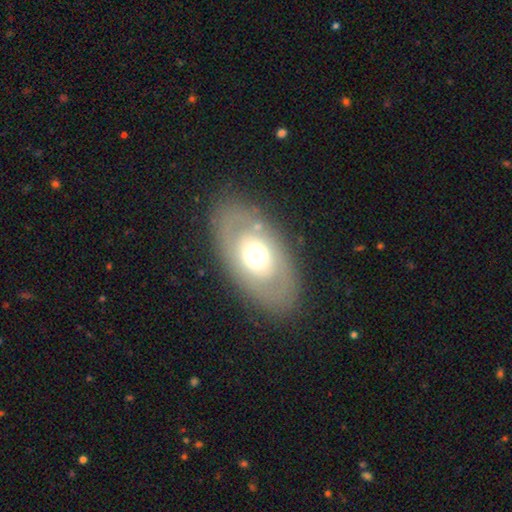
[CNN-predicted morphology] smooth_or_featured: smooth (p=0.47) [alt: featured or disk p=0.45]
merging: none (p=0.81) [alt: minor disturbance p=0.11]